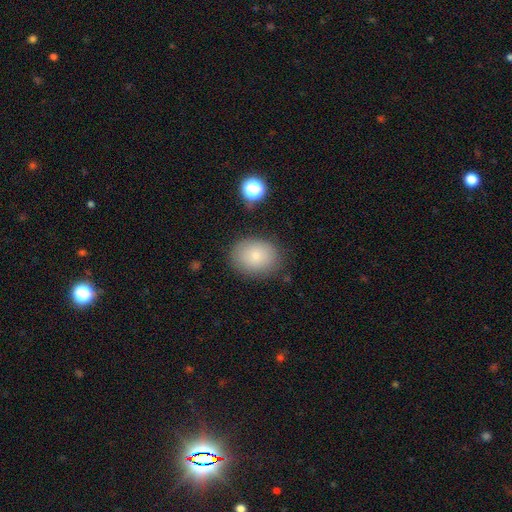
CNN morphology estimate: A smooth galaxy with no disk features (81%) that is in between round and cigar-shaped (53%). Merging: none (81%).